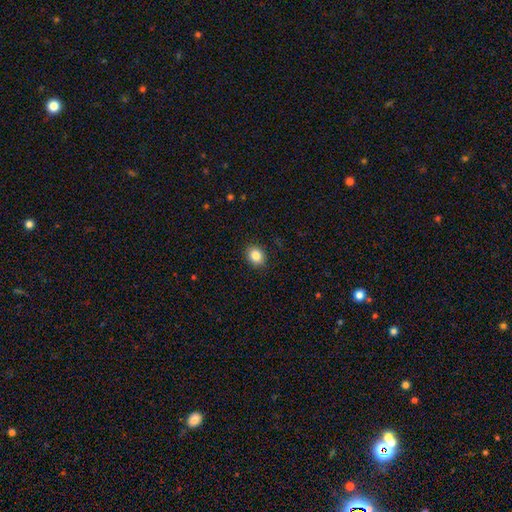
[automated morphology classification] type=smooth (85%); roundness=round (55%); merging=none (89%).